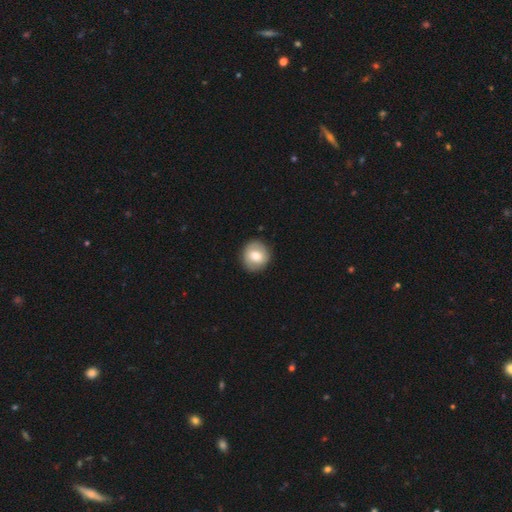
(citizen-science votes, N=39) Smooth or featured: smooth — 74% (featured or disk — 23%)
How rounded: round — 93% (in between — 7%)
Merging: none — 92% (minor disturbance — 5%)